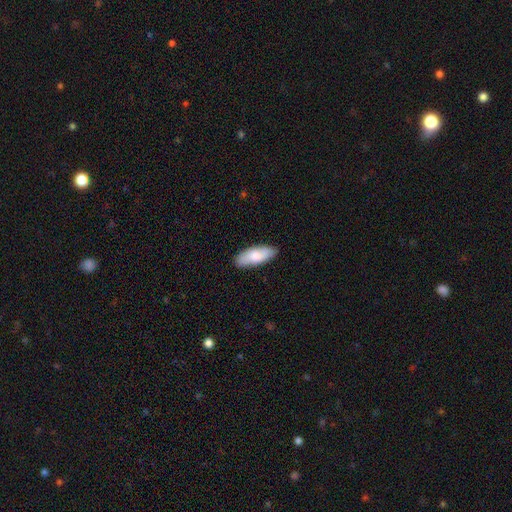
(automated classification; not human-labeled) smooth-or-featured: smooth: 79% | featured or disk: 16% | star or artifact: 5%
  how-rounded: in between: 76% | cigar-shaped: 22% | round: 2%
  merging: none: 87% | minor disturbance: 10% | major disturbance: 2% | merger: 1%